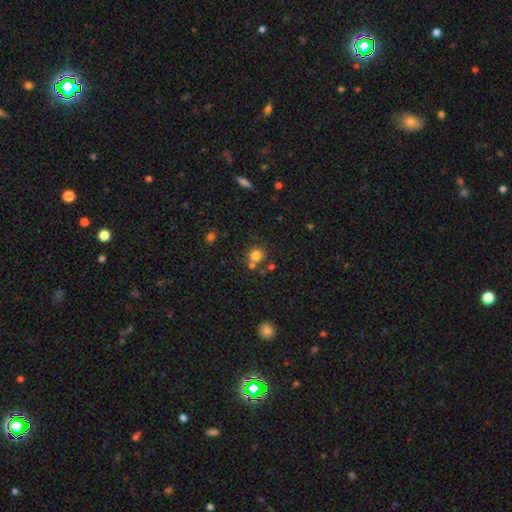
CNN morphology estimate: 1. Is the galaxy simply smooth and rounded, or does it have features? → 79% smooth, 14% star or artifact, 7% featured or disk.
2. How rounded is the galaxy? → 88% round, 11% in between, 1% cigar-shaped.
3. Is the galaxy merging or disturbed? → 65% none, 21% merger, 10% minor disturbance, 4% major disturbance.